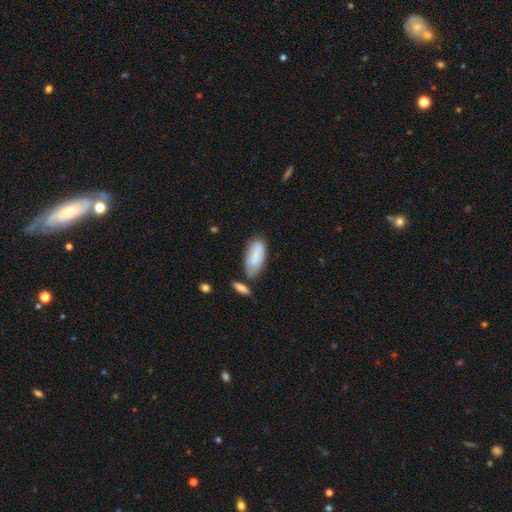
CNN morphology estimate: smooth-or-featured: smooth: 70% | featured or disk: 24% | star or artifact: 6%
  how-rounded: in between: 86% | cigar-shaped: 11% | round: 2%
  merging: none: 55% | minor disturbance: 22% | merger: 17% | major disturbance: 6%